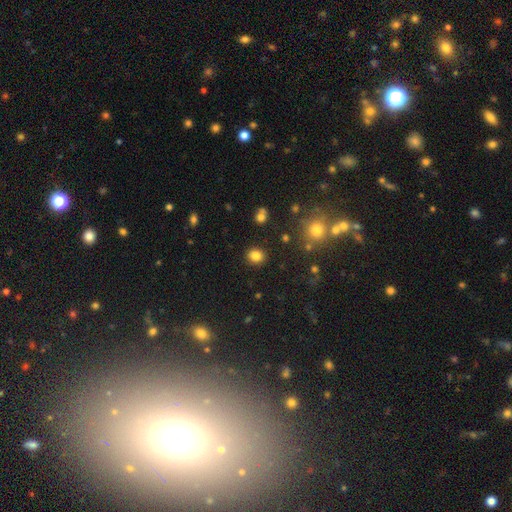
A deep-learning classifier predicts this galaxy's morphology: The model was most divided on "how rounded": round: 71%, in between: 28%, cigar-shaped: 1%. More confident: merging — none (89%); smooth or featured — smooth (83%).